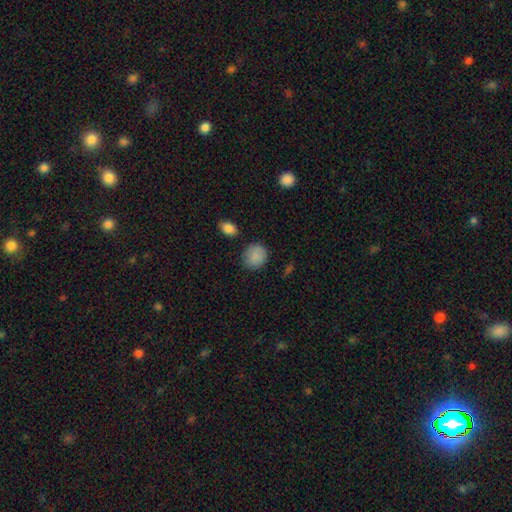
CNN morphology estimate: Smooth or featured: smooth — 87% (star or artifact — 8%)
How rounded: round — 77% (in between — 22%)
Merging: none — 81% (minor disturbance — 13%)